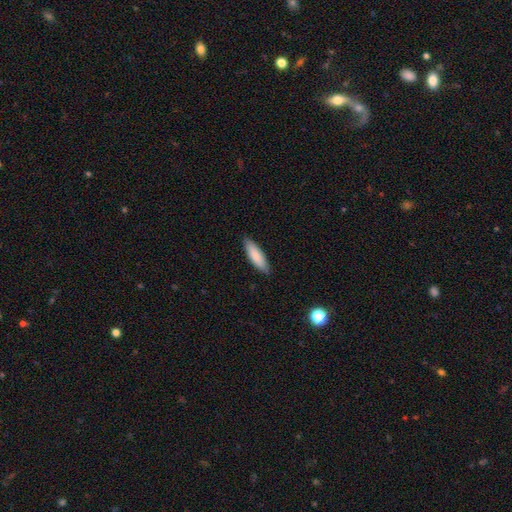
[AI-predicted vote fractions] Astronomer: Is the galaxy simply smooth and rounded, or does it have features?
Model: smooth — 86%.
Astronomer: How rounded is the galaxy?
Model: cigar-shaped — 57% (runner-up: in between, 42%).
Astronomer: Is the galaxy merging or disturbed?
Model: none — 88%.